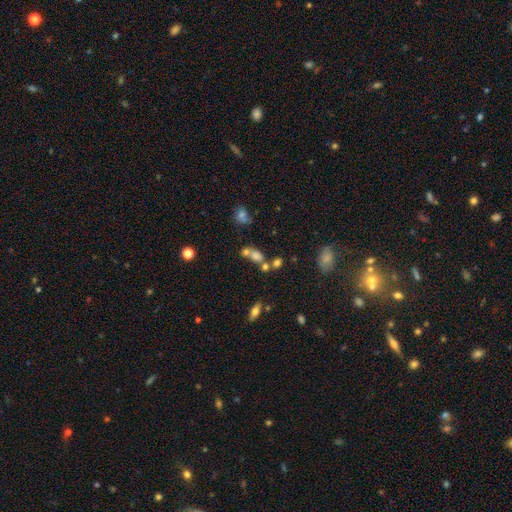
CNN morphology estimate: smooth 66%, star or artifact 17%, featured or disk 17%. Down the decision tree: how rounded — in between (60%); merging — merger (49%).